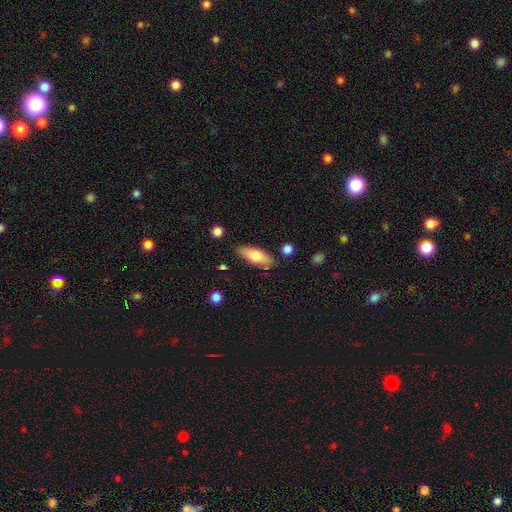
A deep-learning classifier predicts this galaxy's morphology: smooth 69%, featured or disk 24%, star or artifact 6%. Down the decision tree: how rounded — in between (70%); merging — none (82%).